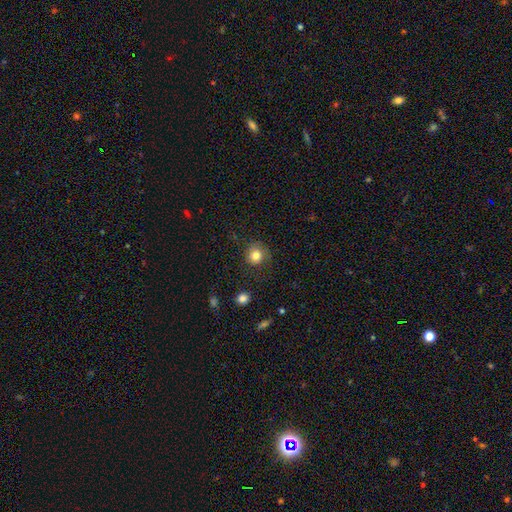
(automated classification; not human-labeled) A smooth galaxy with no disk features (81%) that is round (89%). Merging: none (76%).